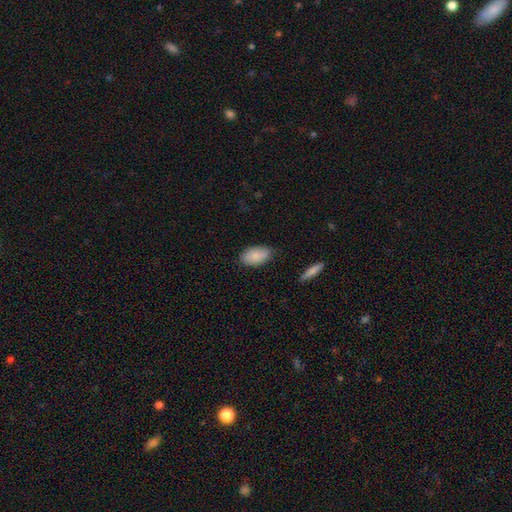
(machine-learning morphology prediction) smooth_or_featured: smooth (p=0.84) [alt: featured or disk p=0.09]
how_rounded: in between (p=0.94) [alt: round p=0.04]
merging: none (p=0.78) [alt: minor disturbance p=0.18]